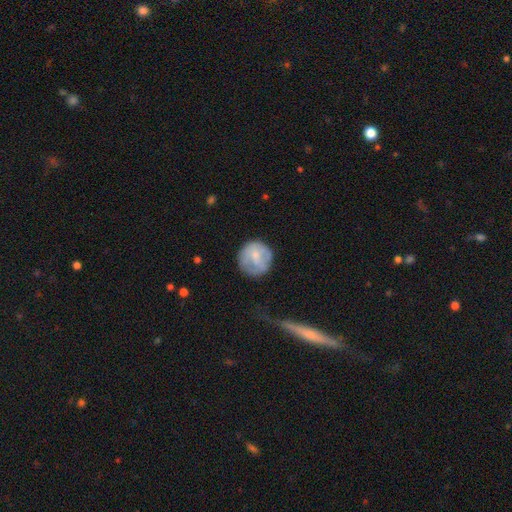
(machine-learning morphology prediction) type=smooth (60%); roundness=round (92%); merging=none (69%).